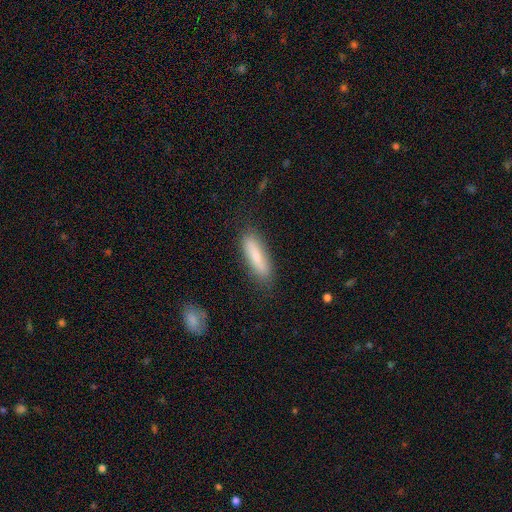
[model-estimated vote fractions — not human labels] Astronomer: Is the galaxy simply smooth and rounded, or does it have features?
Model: smooth — 78%.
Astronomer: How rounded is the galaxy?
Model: cigar-shaped — 65%.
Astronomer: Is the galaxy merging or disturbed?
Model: none — 81%.